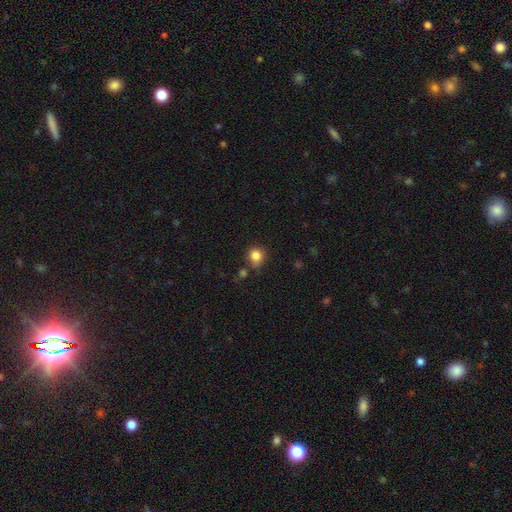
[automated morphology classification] smooth 83%, star or artifact 11%, featured or disk 6%. Down the decision tree: how rounded — round (83%); merging — none (67%).